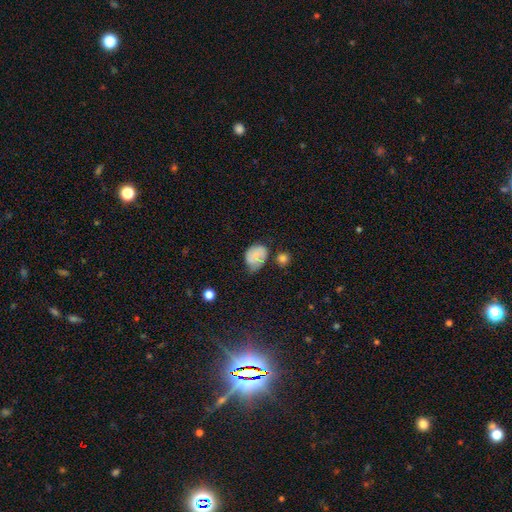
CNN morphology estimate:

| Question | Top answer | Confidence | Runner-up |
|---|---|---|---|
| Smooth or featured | smooth | 72% | featured or disk (19%) |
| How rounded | in between | 64% | round (35%) |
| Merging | minor disturbance | 41% | none (39%) |